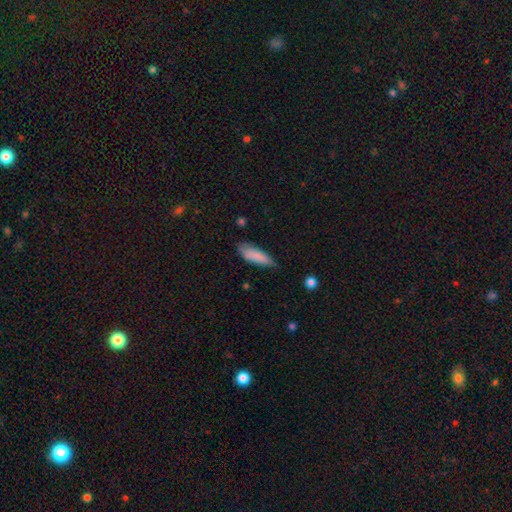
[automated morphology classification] This appears to be a smooth galaxy with no disk features (84%) that is in between round and cigar-shaped (53%). Merging: none (62%).